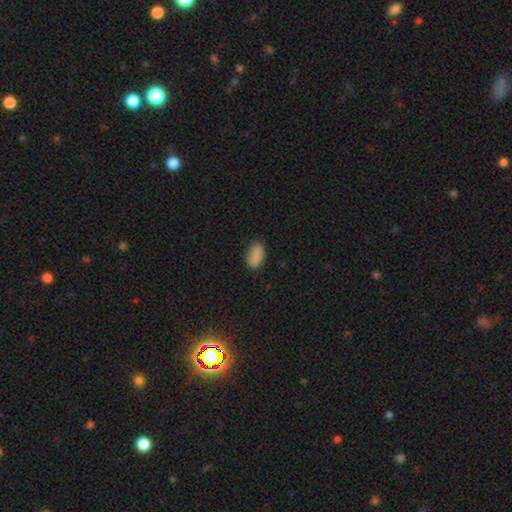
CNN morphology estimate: smooth_or_featured: smooth (p=0.85) [alt: star or artifact p=0.09]
how_rounded: in between (p=0.92) [alt: round p=0.06]
merging: none (p=0.76) [alt: minor disturbance p=0.18]